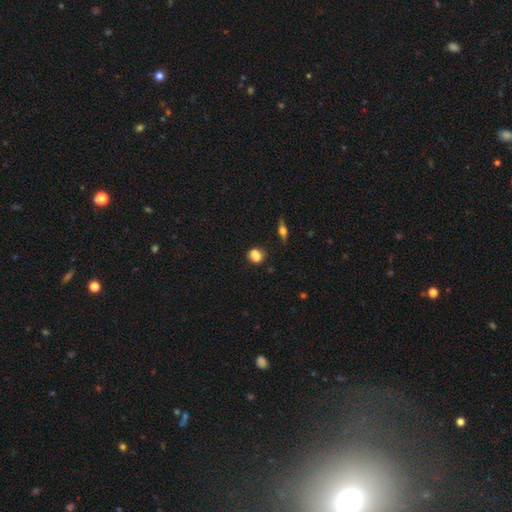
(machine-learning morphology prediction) smooth_or_featured: smooth (p=0.78) [alt: star or artifact p=0.11]
how_rounded: round (p=0.50) [alt: in between p=0.47]
merging: none (p=0.65) [alt: minor disturbance p=0.19]